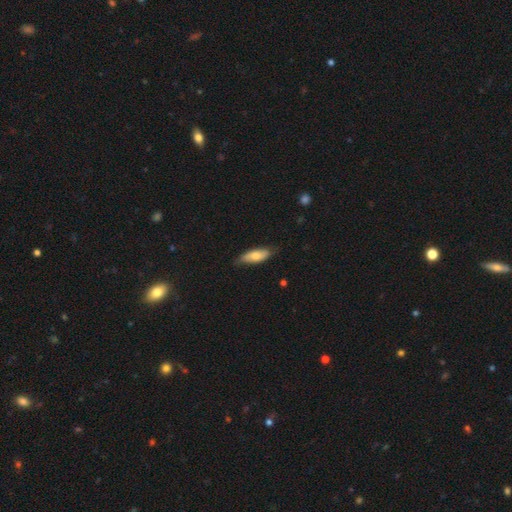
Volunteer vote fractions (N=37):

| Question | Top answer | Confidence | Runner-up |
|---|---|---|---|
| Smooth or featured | smooth | 81% | featured or disk (16%) |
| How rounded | in between | 67% | cigar-shaped (33%) |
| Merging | none | 89% | minor disturbance (11%) |